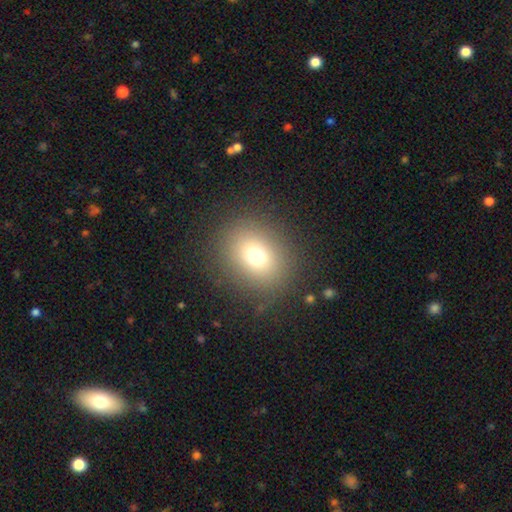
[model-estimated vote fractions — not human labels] smooth 70%, star or artifact 18%, featured or disk 12%. Down the decision tree: how rounded — round (69%); merging — none (83%).